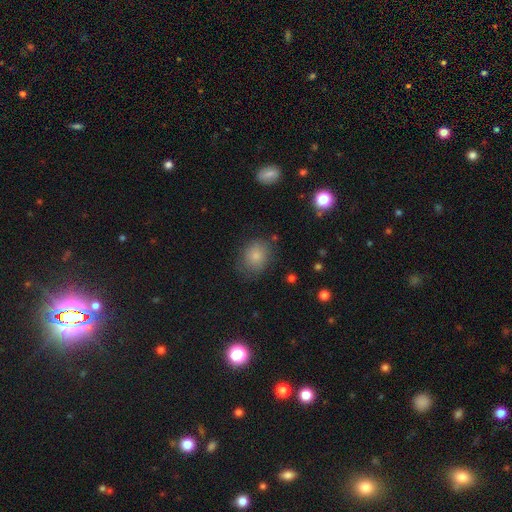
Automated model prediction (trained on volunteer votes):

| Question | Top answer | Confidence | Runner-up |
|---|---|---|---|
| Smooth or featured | smooth | 82% | star or artifact (10%) |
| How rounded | round | 51% | in between (48%) |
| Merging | none | 73% | minor disturbance (19%) |